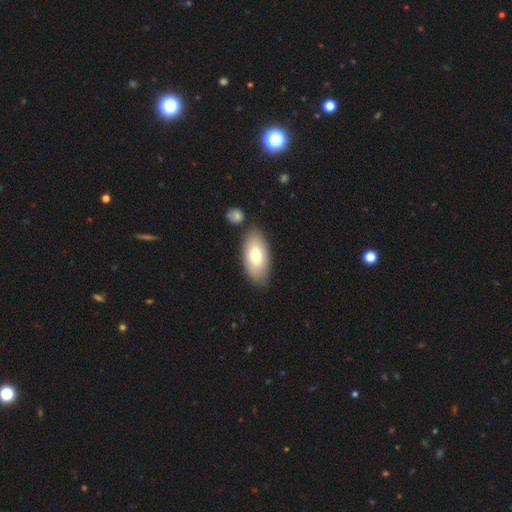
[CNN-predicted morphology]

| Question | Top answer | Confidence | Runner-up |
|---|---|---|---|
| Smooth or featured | smooth | 74% | featured or disk (20%) |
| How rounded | in between | 93% | cigar-shaped (4%) |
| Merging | none | 77% | minor disturbance (13%) |